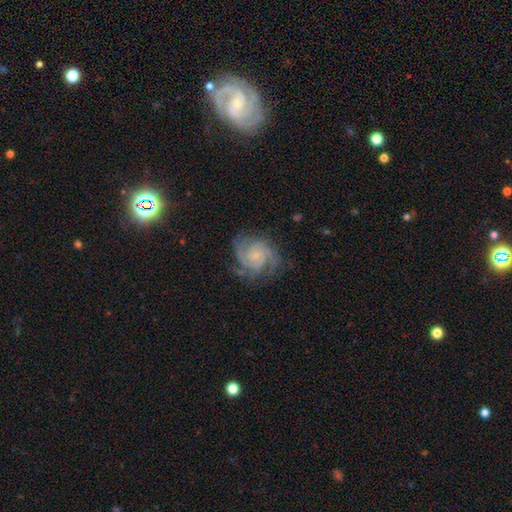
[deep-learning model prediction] smooth-or-featured: featured or disk: 89% | smooth: 6% | star or artifact: 5%
  disk-edge-on: no: 98% | yes: 2%
    bar: no: 70% | weak: 25% | strong: 5%
    has-spiral-arms: yes: 98% | no: 2%
      spiral-winding: tight: 62% | medium: 33% | loose: 5%
      spiral-arm-count: 3: 37% | 2: 23% | 4: 14% | can't tell: 13% | more than 4: 6% | 1: 6%
    bulge-size: small: 76% | moderate: 15% | none: 6% | large: 1% | dominant: 1%
  merging: none: 73% | minor disturbance: 18% | major disturbance: 8% | merger: 1%